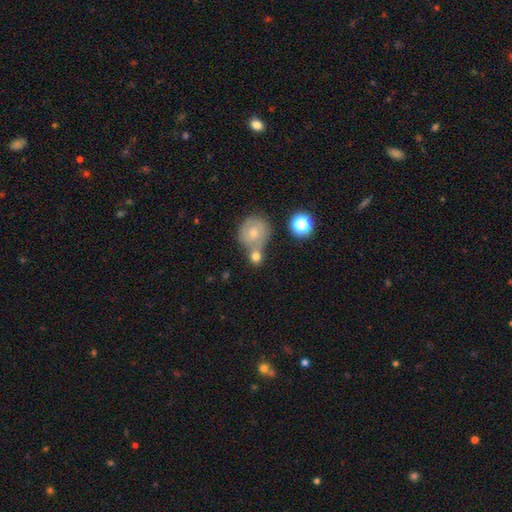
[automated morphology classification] smooth-or-featured: smooth: 68% | featured or disk: 19% | star or artifact: 13%
  how-rounded: round: 80% | in between: 19% | cigar-shaped: 1%
  merging: merger: 44% | none: 42% | minor disturbance: 10% | major disturbance: 4%